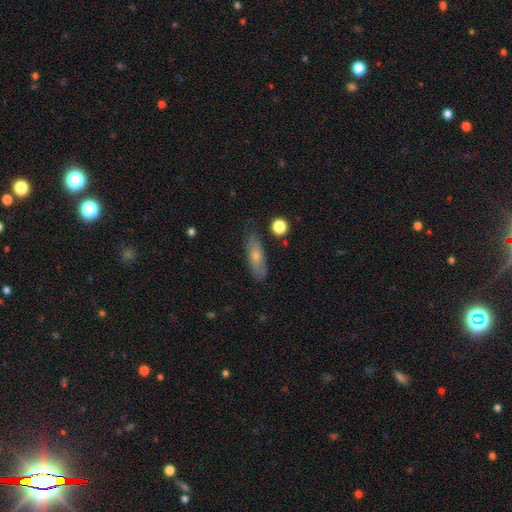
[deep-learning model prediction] Smooth or featured? Predicted: smooth (p=0.53). How rounded? Predicted: cigar-shaped (p=0.52). Merging? Predicted: none (p=0.79).